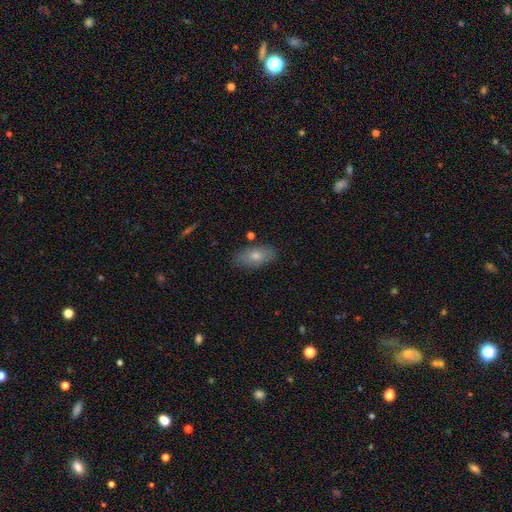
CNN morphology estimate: A smooth galaxy with no disk features (66%) that is in between round and cigar-shaped (86%).

Vote fractions:
- Smooth or featured? smooth: 66% / featured or disk: 23% / star or artifact: 11%
- How rounded? in between: 86% / cigar-shaped: 10% / round: 4%
- Merging? none: 86% / minor disturbance: 10% / major disturbance: 2% / merger: 2%